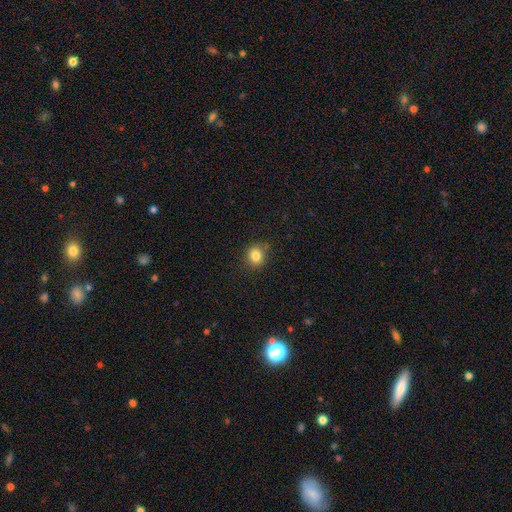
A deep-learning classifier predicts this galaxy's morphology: This appears to be a smooth galaxy with no disk features (83%) that is round (78%). Merging: none (84%).